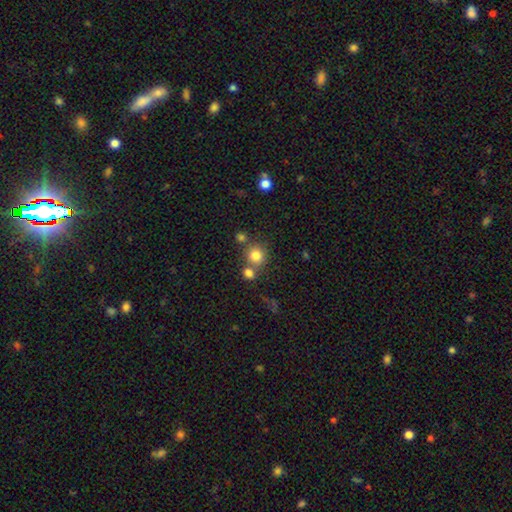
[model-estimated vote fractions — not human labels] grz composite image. It shows a smooth galaxy with no disk features (80%) that is round (87%). Merging: none (64%).